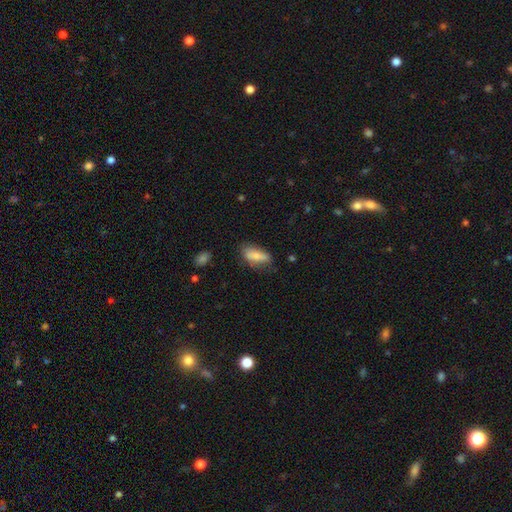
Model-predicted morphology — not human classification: The model was most divided on "merging": none: 59%, minor disturbance: 28%, major disturbance: 10%, merger: 3%. More confident: how rounded — in between (76%); smooth or featured — smooth (75%).